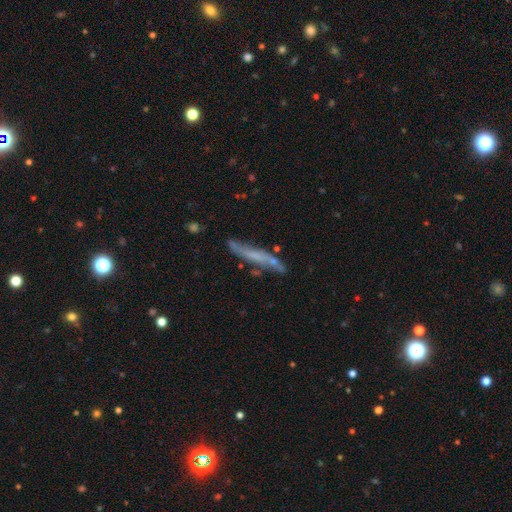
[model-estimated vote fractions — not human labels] Morphology: type=featured or disk (49%); merging=none (66%).